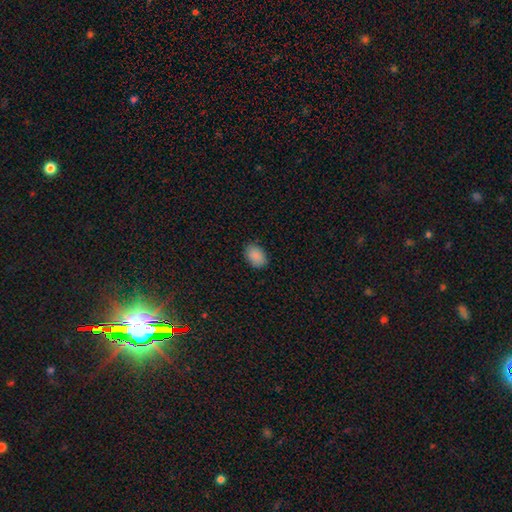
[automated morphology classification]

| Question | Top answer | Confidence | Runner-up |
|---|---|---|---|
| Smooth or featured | smooth | 89% | star or artifact (7%) |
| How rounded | in between | 82% | round (17%) |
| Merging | none | 87% | minor disturbance (10%) |